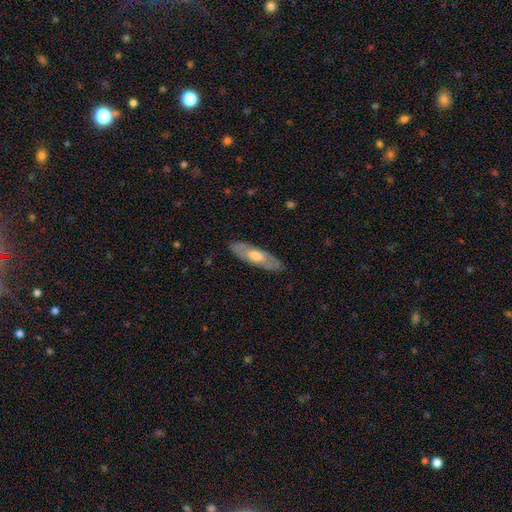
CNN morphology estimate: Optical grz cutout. It shows a featured or disk galaxy (53%). Merging: none (85%).